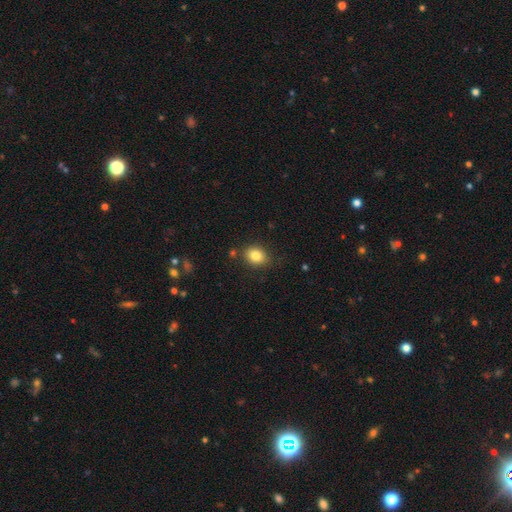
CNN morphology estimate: Q: Smooth or featured?
A: smooth (83%); runner-up: star or artifact (10%)
Q: How rounded?
A: in between (53%); runner-up: round (46%)
Q: Merging?
A: none (82%); runner-up: minor disturbance (11%)